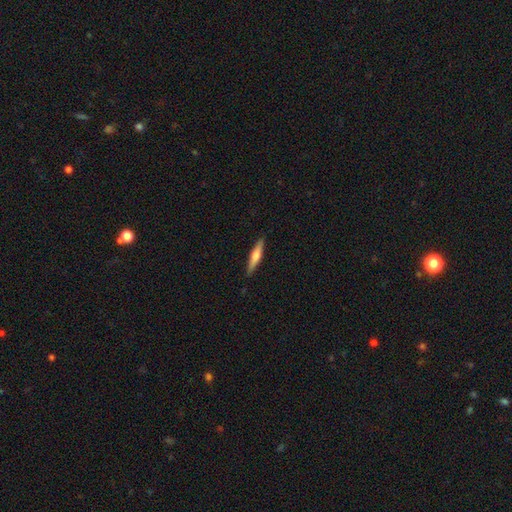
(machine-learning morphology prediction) type=smooth (50%); merging=none (90%).